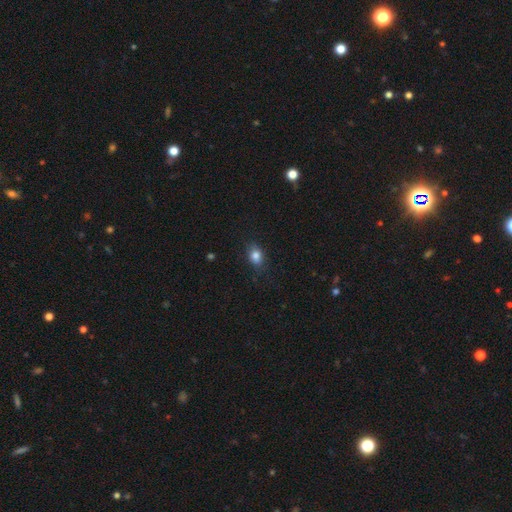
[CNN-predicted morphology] type=smooth (82%); roundness=in between (63%); merging=none (79%).